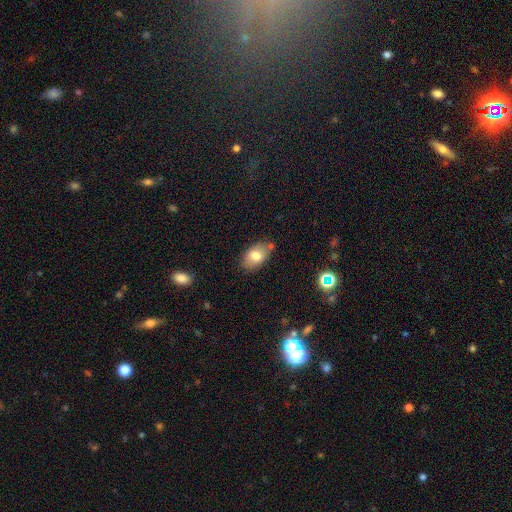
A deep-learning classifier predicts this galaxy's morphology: smooth 77%, featured or disk 15%, star or artifact 8%. Down the decision tree: how rounded — in between (91%); merging — none (72%).